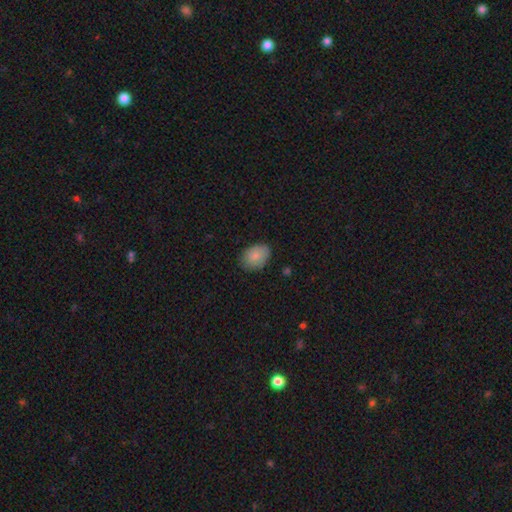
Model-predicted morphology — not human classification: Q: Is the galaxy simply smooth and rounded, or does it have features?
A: smooth — 84%.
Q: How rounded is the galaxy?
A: in between — 79%.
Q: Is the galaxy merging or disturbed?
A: none — 80%.